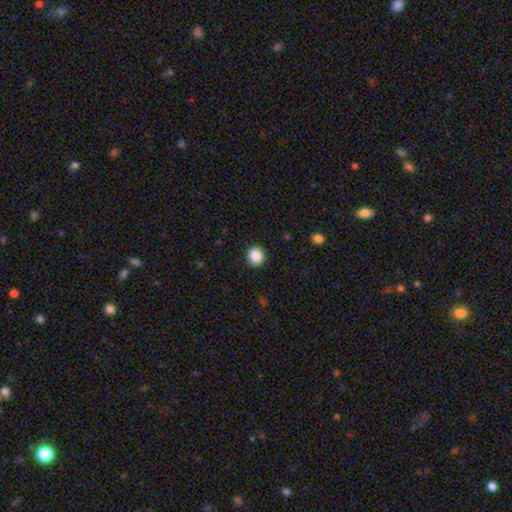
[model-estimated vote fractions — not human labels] Q: Smooth or featured?
A: smooth (88%); runner-up: star or artifact (9%)
Q: How rounded?
A: round (93%); runner-up: in between (6%)
Q: Merging?
A: none (92%); runner-up: minor disturbance (5%)